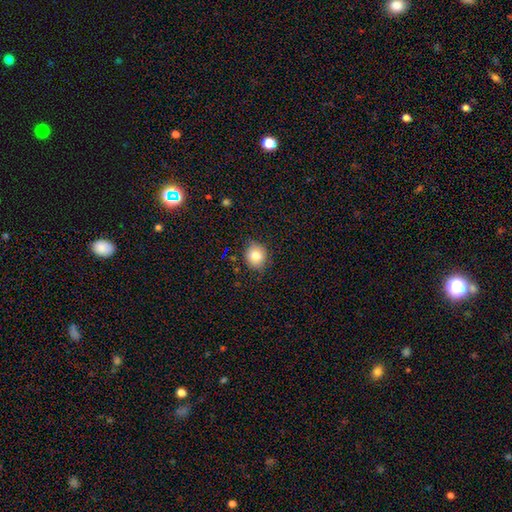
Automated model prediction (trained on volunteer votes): Smooth or featured: smooth — 79% (star or artifact — 11%)
How rounded: round — 78% (in between — 21%)
Merging: none — 83% (minor disturbance — 13%)